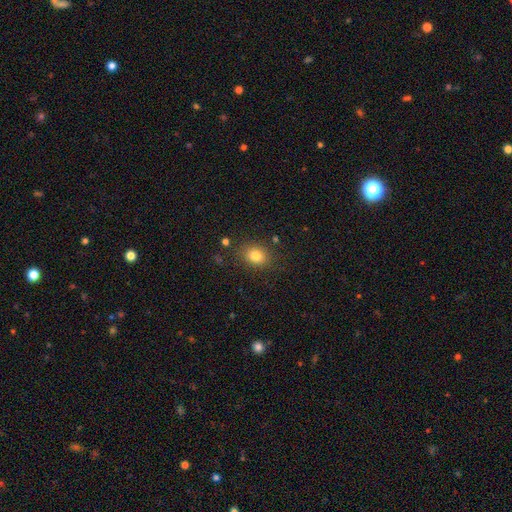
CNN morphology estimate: Q: Smooth or featured?
A: smooth (81%); runner-up: star or artifact (11%)
Q: How rounded?
A: in between (51%); runner-up: round (48%)
Q: Merging?
A: none (84%); runner-up: minor disturbance (10%)